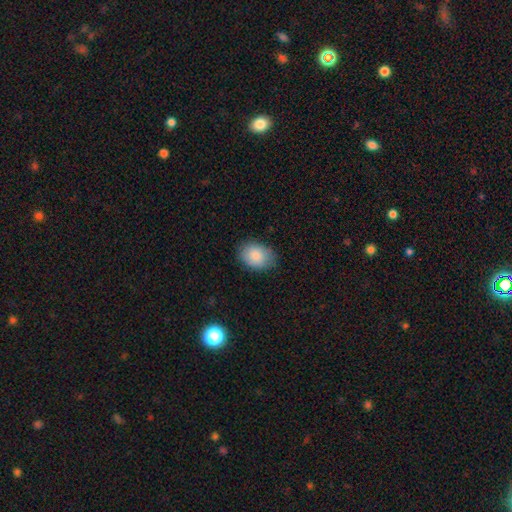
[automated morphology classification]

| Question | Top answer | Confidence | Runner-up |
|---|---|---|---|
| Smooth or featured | smooth | 85% | featured or disk (8%) |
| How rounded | in between | 74% | round (25%) |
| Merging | none | 78% | minor disturbance (17%) |